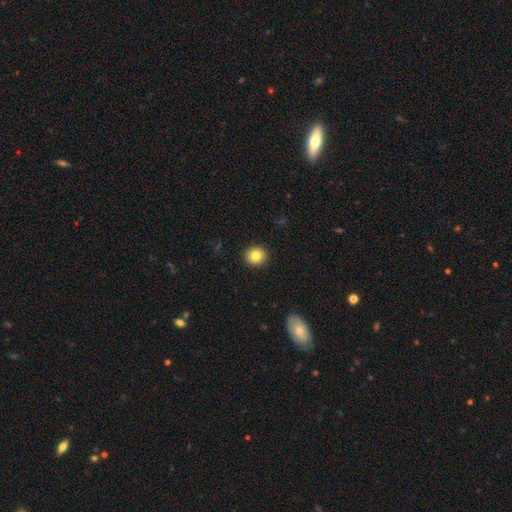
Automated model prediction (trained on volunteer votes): Smooth or featured?
  - smooth: 82% *
  - star or artifact: 10%
  - featured or disk: 8%
How rounded?
  - round: 85% *
  - in between: 14%
  - cigar-shaped: 1%
Merging?
  - none: 92% *
  - minor disturbance: 5%
  - major disturbance: 2%
  - merger: 1%